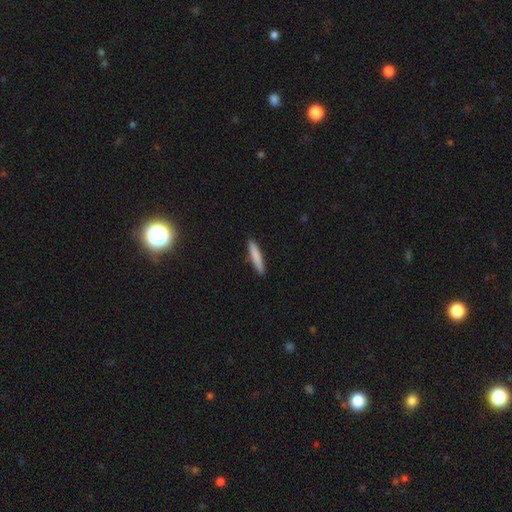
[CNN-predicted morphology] Smooth or featured? smooth (82%)
How rounded? cigar-shaped (91%)
Merging? none (90%)